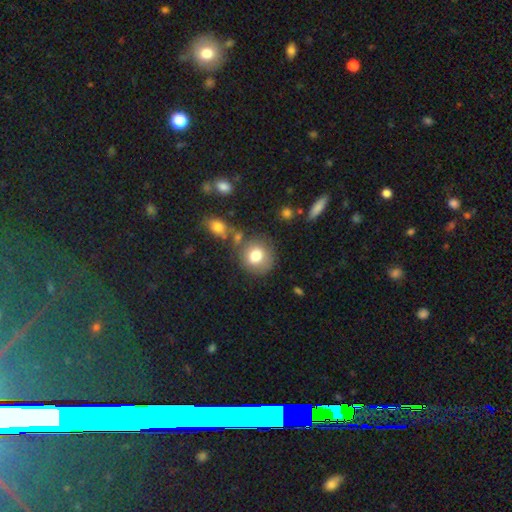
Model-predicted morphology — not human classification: smooth 78%, featured or disk 12%, star or artifact 10%. Down the decision tree: how rounded — round (86%); merging — none (72%).